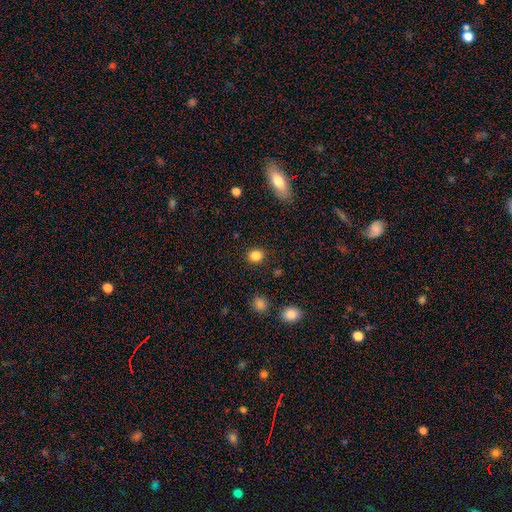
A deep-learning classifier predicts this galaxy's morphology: type=smooth (84%); roundness=round (75%); merging=none (89%).